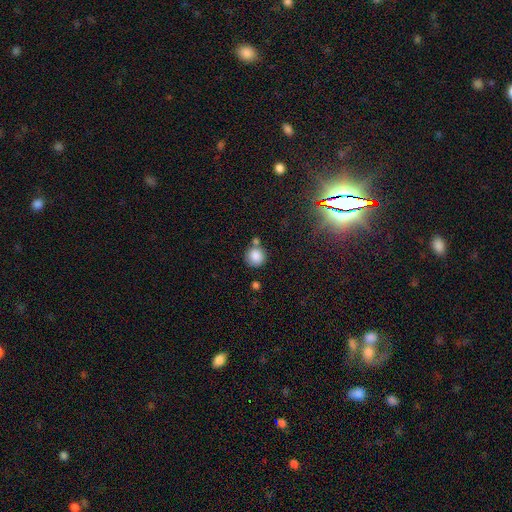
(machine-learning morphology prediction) smooth_or_featured: smooth (p=0.85) [alt: star or artifact p=0.10]
how_rounded: round (p=0.92) [alt: in between p=0.07]
merging: none (p=0.67) [alt: merger p=0.18]